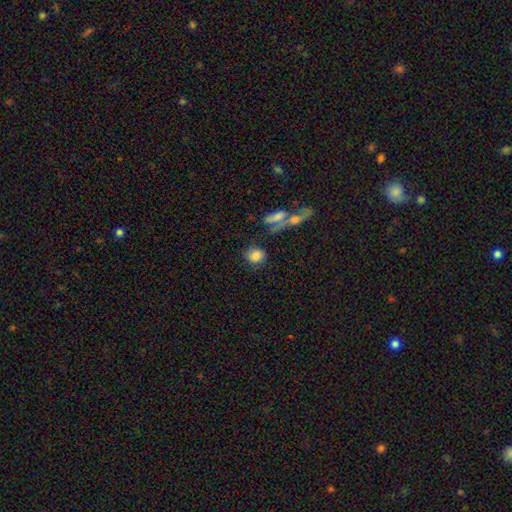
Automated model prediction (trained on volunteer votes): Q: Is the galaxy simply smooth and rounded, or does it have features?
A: smooth — 81%.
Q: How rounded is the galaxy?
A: round — 70%.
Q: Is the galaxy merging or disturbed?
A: none — 63%.